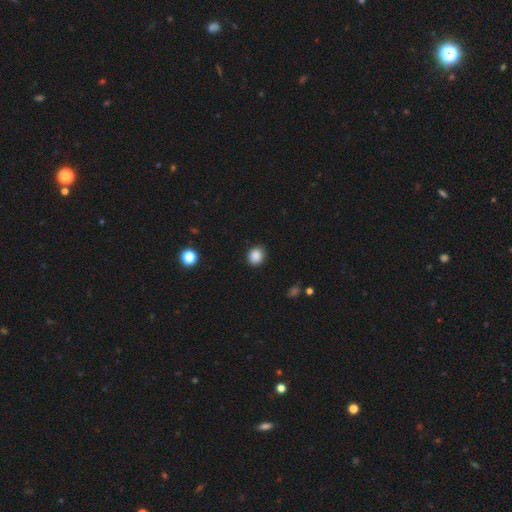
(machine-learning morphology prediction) Smooth or featured? Predicted: smooth (p=0.87). How rounded? Predicted: round (p=0.72). Merging? Predicted: none (p=0.87).